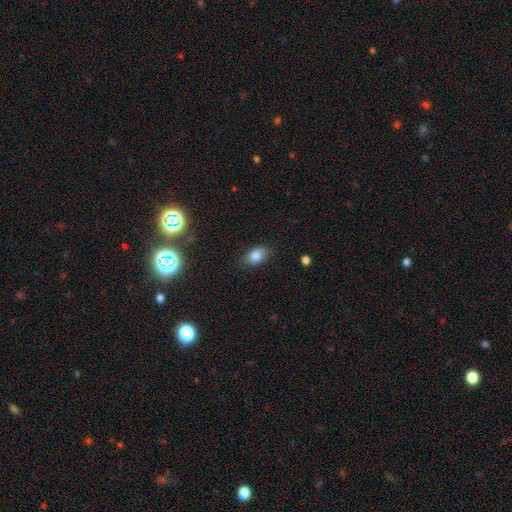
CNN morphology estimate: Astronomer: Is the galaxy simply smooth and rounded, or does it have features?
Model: smooth — 83%.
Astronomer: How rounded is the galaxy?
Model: in between — 82%.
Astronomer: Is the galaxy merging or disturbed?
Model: none — 83%.